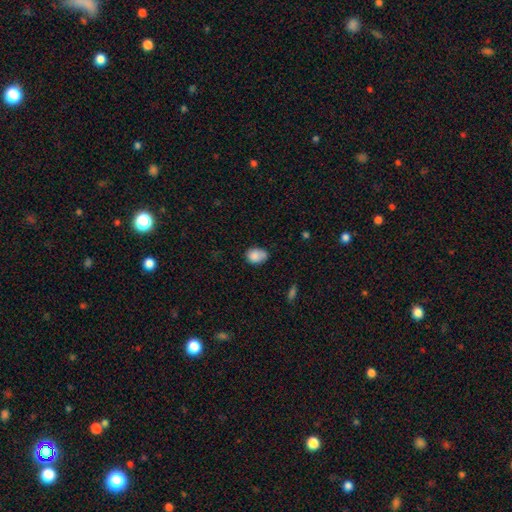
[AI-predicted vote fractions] smooth_or_featured: smooth (p=0.85) [alt: star or artifact p=0.08]
how_rounded: in between (p=0.69) [alt: round p=0.30]
merging: none (p=0.61) [alt: minor disturbance p=0.30]